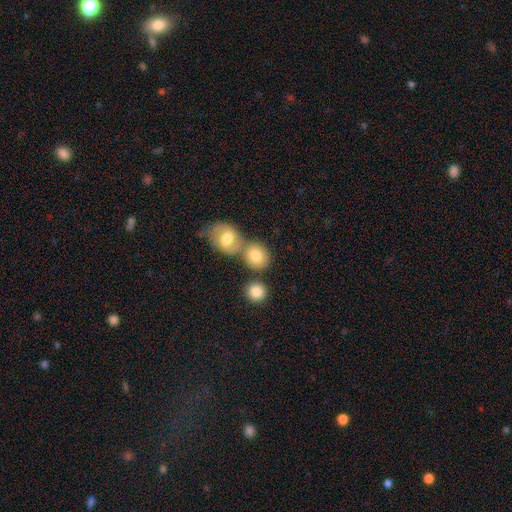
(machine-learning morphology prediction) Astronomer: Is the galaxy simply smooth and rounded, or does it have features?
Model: smooth — 80%.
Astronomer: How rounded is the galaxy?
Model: round — 69%.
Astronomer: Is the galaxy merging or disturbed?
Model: none — 49% (runner-up: merger, 38%).